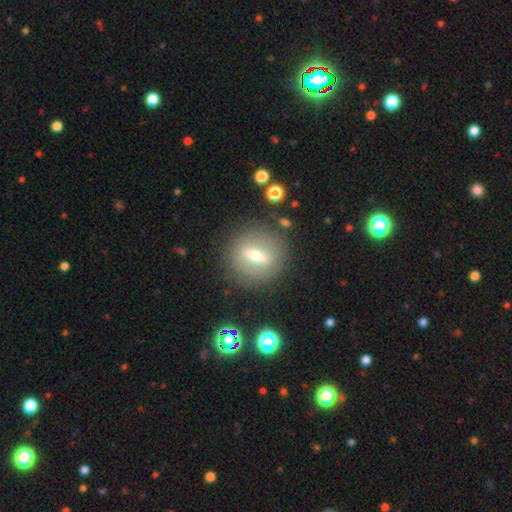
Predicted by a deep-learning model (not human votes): The model was most divided on "smooth or featured": featured or disk: 48%, smooth: 42%, star or artifact: 10%. More confident: merging — none (85%).